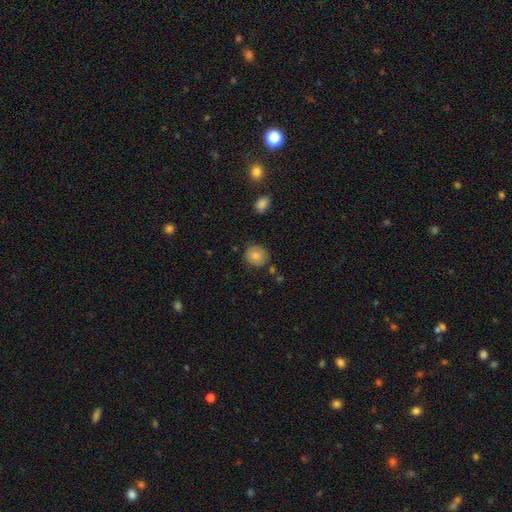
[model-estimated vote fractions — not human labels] The model was most divided on "how rounded": round: 75%, in between: 24%, cigar-shaped: 1%. More confident: smooth or featured — smooth (83%); merging — none (80%).